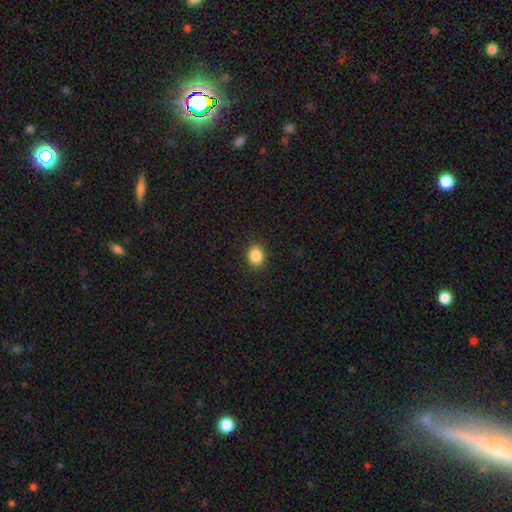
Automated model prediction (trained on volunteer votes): A smooth galaxy with no disk features (86%) that is round (60%). Merging: none (89%).